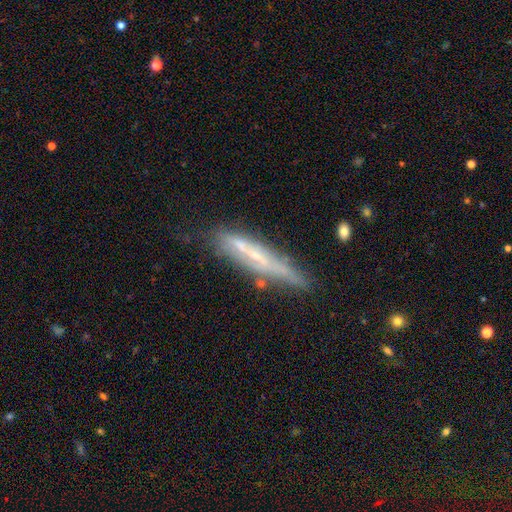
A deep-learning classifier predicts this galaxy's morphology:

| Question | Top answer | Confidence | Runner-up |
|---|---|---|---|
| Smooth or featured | featured or disk | 62% | smooth (30%) |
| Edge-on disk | yes | 83% | no (17%) |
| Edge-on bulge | none | 60% | rounded (29%) |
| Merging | none | 63% | minor disturbance (25%) |